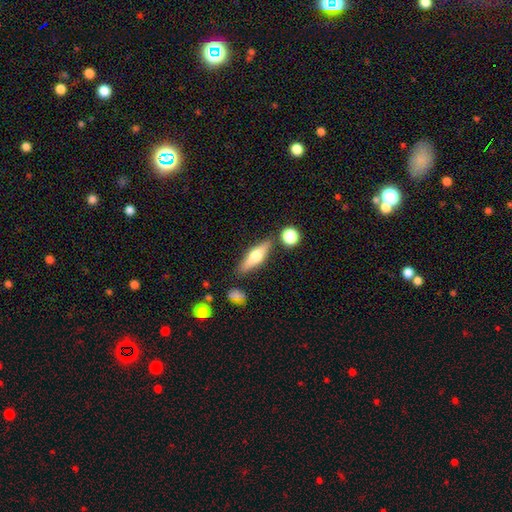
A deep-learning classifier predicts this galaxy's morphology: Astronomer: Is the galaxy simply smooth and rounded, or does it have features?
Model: featured or disk — 47% (runner-up: smooth, 46%).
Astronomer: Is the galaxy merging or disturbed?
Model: none — 79%.